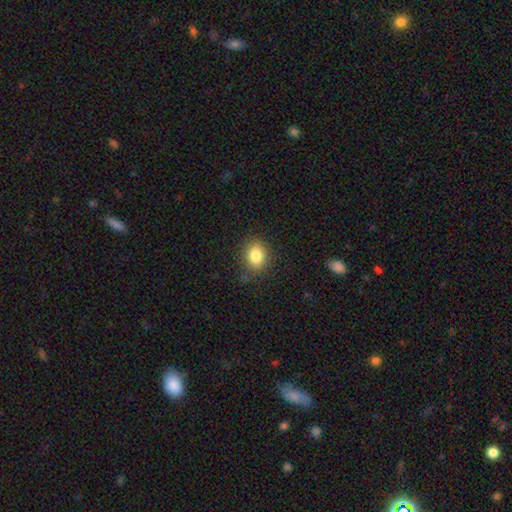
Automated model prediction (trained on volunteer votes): Morphology: type=smooth (83%); roundness=round (51%); merging=none (82%).